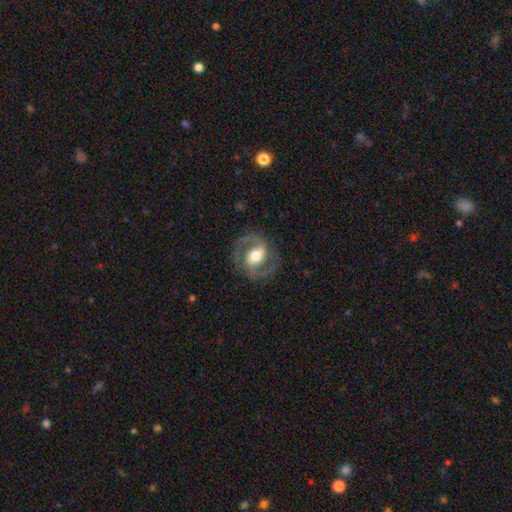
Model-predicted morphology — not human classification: This appears to be a featured or disk galaxy (85%) with a weak bar (43%), 2 (92%) medium (59%) spiral arms (93%) and a moderate central bulge (59%). Merging: none (82%).